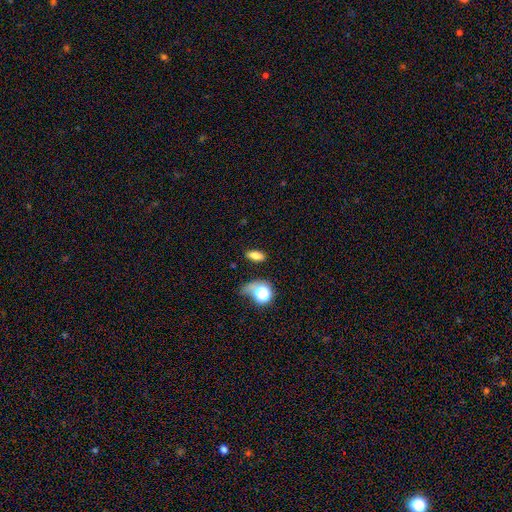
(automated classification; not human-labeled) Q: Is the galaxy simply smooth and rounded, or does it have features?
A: smooth — 77%.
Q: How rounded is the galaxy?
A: in between — 76%.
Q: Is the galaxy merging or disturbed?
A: none — 82%.